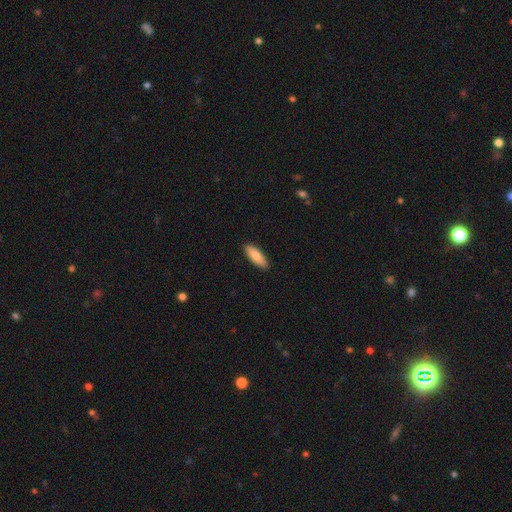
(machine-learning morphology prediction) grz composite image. It shows a smooth galaxy with no disk features (86%) that is in between round and cigar-shaped (60%). Merging: none (91%).